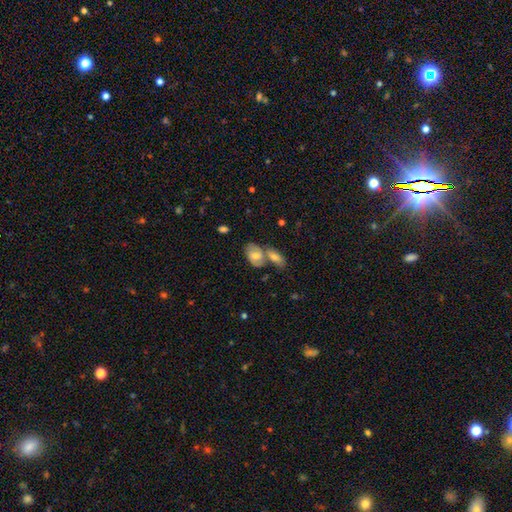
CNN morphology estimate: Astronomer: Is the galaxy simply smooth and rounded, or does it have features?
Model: smooth — 59%.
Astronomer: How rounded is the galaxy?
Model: in between — 86%.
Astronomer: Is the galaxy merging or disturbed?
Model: merger — 46% (runner-up: none, 37%).